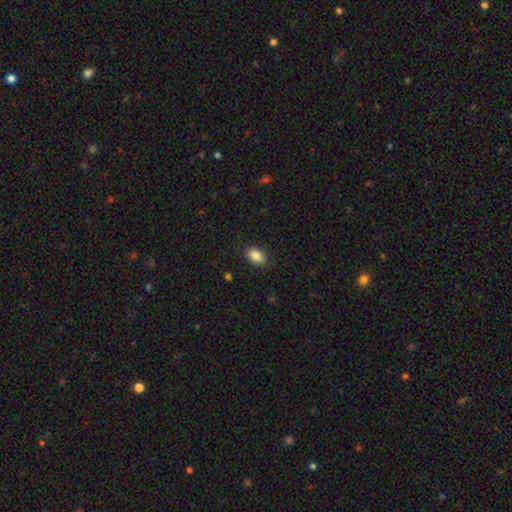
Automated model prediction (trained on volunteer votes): This appears to be a smooth galaxy with no disk features (87%) that is in between round and cigar-shaped (84%). Merging: none (86%).